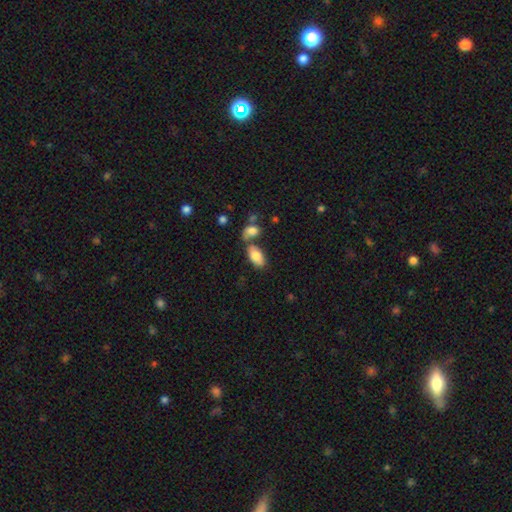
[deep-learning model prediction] Smooth or featured?
  - smooth: 81% *
  - featured or disk: 12%
  - star or artifact: 7%
How rounded?
  - in between: 93% *
  - cigar-shaped: 4%
  - round: 3%
Merging?
  - none: 55% *
  - merger: 28%
  - minor disturbance: 13%
  - major disturbance: 4%